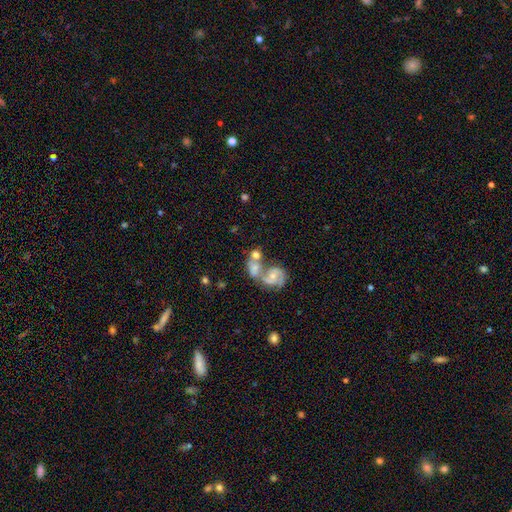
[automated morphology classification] Smooth or featured?
  - featured or disk: 48% *
  - smooth: 42%
  - star or artifact: 11%
Merging?
  - merger: 62% *
  - none: 22%
  - minor disturbance: 9%
  - major disturbance: 8%